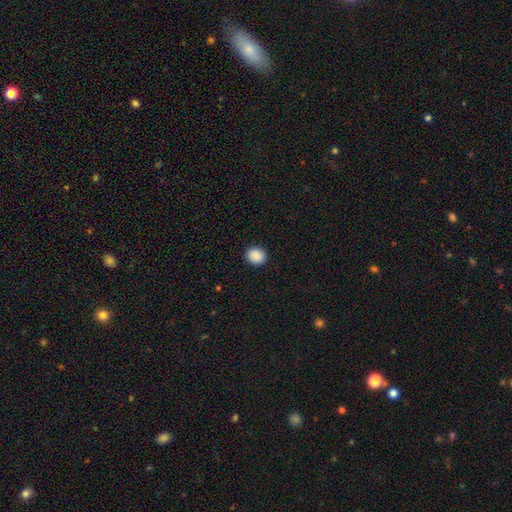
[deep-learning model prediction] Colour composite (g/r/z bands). It shows a smooth galaxy with no disk features (90%) that is round (74%). Merging: none (91%).